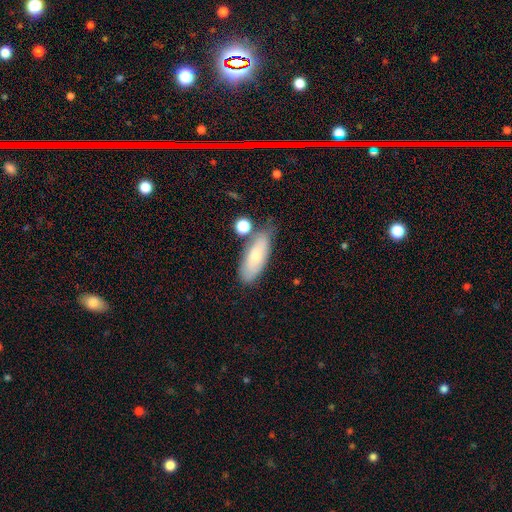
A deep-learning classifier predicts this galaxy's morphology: smooth_or_featured: smooth (p=0.67) [alt: featured or disk p=0.26]
how_rounded: in between (p=0.72) [alt: cigar-shaped p=0.25]
merging: none (p=0.62) [alt: minor disturbance p=0.22]